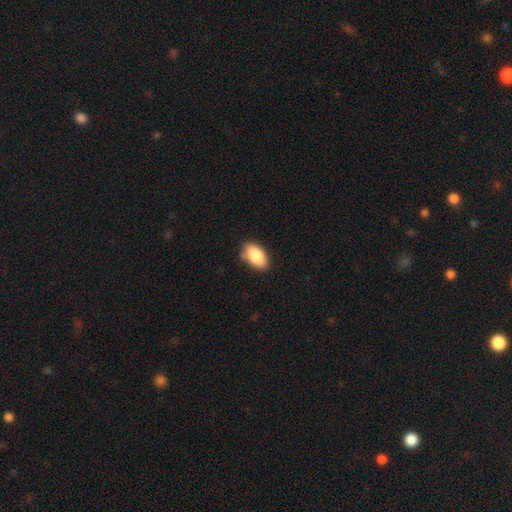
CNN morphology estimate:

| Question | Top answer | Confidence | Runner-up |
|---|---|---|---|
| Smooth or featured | smooth | 86% | featured or disk (7%) |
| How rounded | in between | 93% | round (4%) |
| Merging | none | 78% | minor disturbance (17%) |